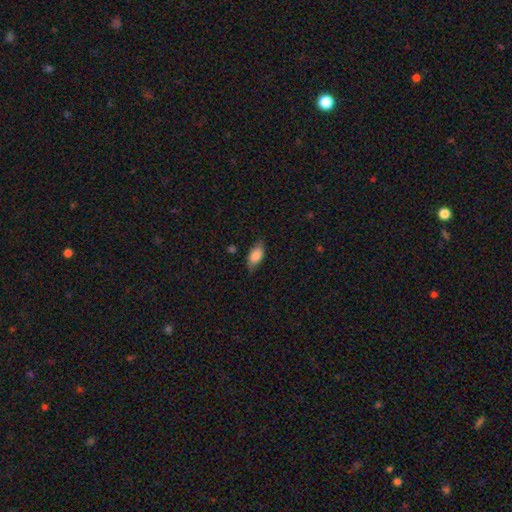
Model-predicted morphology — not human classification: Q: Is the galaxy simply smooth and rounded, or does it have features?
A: smooth — 83%.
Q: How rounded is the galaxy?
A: in between — 90%.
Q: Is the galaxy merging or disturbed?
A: none — 77%.